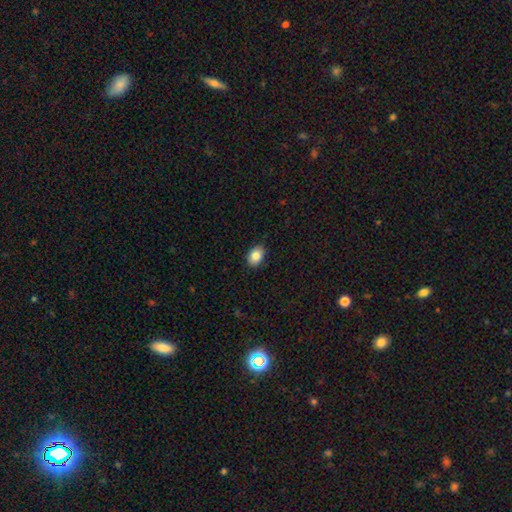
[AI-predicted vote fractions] Smooth or featured: smooth — 85% (star or artifact — 8%)
How rounded: in between — 80% (round — 18%)
Merging: none — 85% (minor disturbance — 12%)